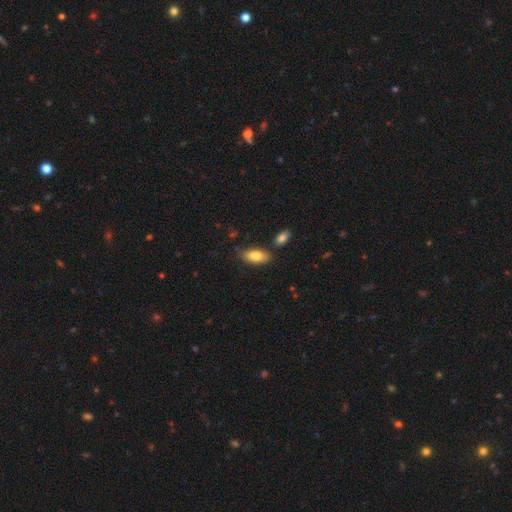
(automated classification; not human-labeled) A smooth galaxy with no disk features (82%) that is in between round and cigar-shaped (88%). Merging: none (77%).